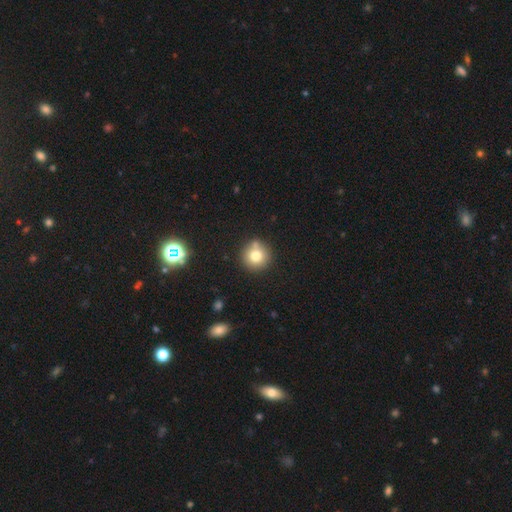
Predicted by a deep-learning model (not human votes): Smooth or featured? Predicted: smooth (p=0.76). How rounded? Predicted: round (p=0.94). Merging? Predicted: none (p=0.75).